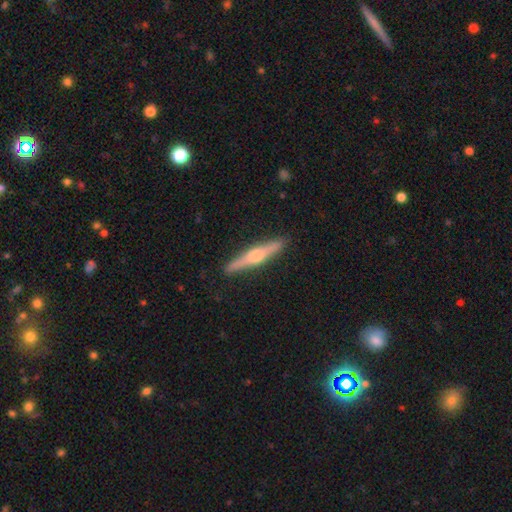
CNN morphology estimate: A featured or disk galaxy (70%) viewed edge-on (97%) with a rounded central bulge (89%).

Vote fractions:
- Smooth or featured? featured or disk: 70% / smooth: 24% / star or artifact: 6%
- Edge-on disk? yes: 97% / no: 3%
- Edge-on bulge? rounded: 89% / boxy: 5% / none: 5%
- Merging? none: 90% / minor disturbance: 7% / major disturbance: 2% / merger: 1%